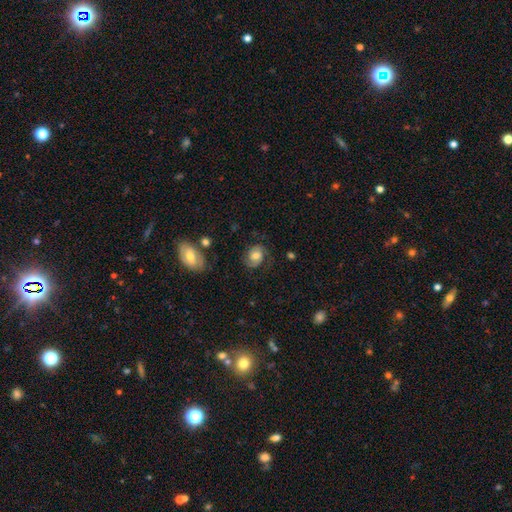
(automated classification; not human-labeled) This appears to be a featured or disk galaxy (62%) with no bar (66%), 2 (80%) medium (44%) spiral arms (89%) and a moderate central bulge (64%). Merging: none (68%).